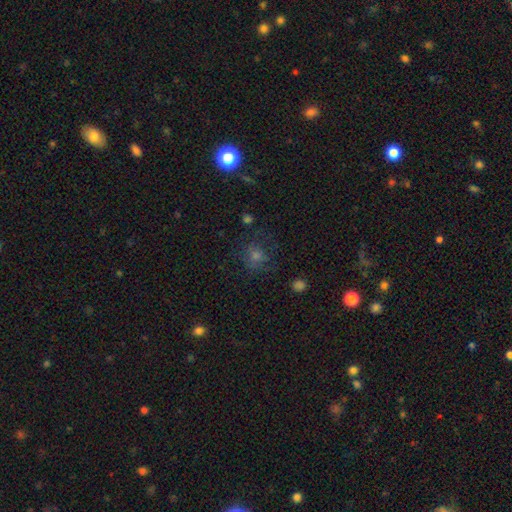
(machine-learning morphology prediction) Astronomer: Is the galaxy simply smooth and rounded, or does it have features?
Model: smooth — 50% (runner-up: star or artifact, 32%).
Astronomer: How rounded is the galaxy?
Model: round — 84%.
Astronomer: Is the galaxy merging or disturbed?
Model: none — 72%.